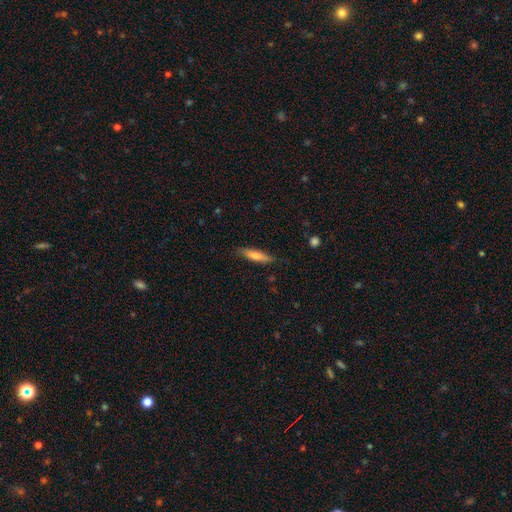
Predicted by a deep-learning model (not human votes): smooth 73%, featured or disk 21%, star or artifact 6%. Down the decision tree: how rounded — cigar-shaped (76%); merging — none (82%).